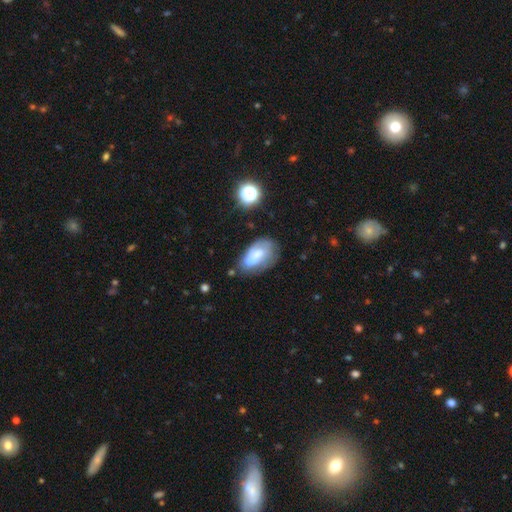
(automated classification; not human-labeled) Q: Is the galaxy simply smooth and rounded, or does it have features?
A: smooth — 46%.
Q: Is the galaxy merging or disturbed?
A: none — 49%.